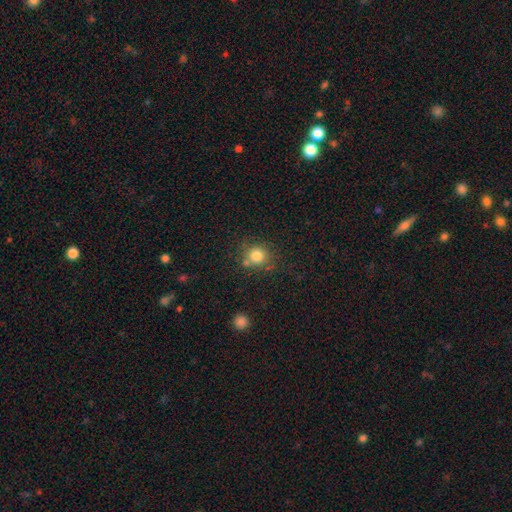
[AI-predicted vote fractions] The model was most divided on "merging": none: 69%, minor disturbance: 14%, merger: 12%, major disturbance: 5%. More confident: how rounded — round (86%); smooth or featured — smooth (80%).